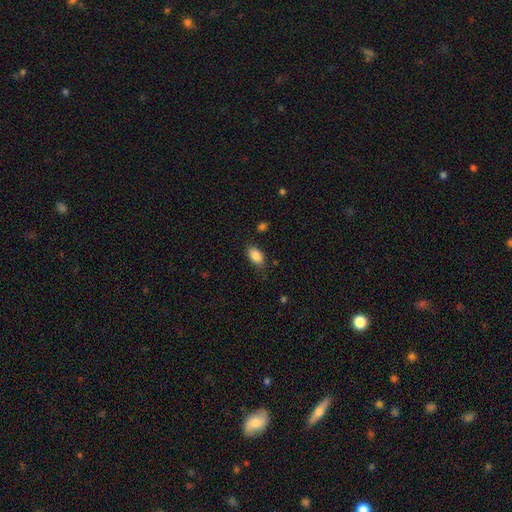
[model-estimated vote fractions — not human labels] Morphology: type=smooth (86%); roundness=in between (91%); merging=none (79%).